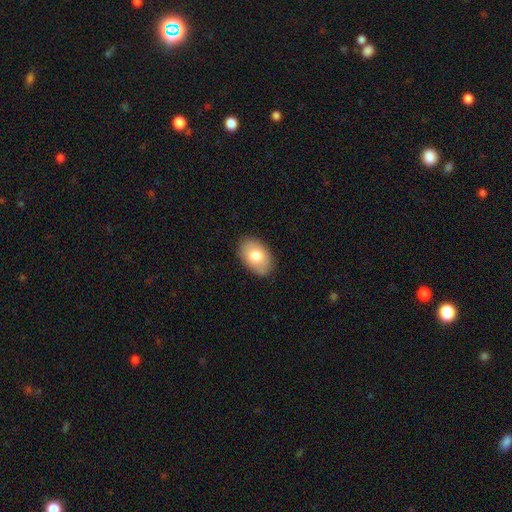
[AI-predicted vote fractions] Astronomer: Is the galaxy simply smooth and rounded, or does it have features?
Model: smooth — 76%.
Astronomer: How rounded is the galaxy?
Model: in between — 90%.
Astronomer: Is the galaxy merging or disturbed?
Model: none — 86%.